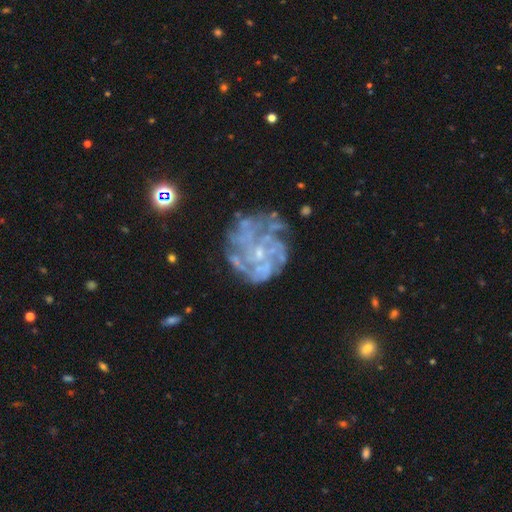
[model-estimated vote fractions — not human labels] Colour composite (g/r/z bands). It shows a featured or disk galaxy (77%) with no bar (75%), tight (55%) spiral arms (78%) and a small central bulge (70%). Merging: none (67%).